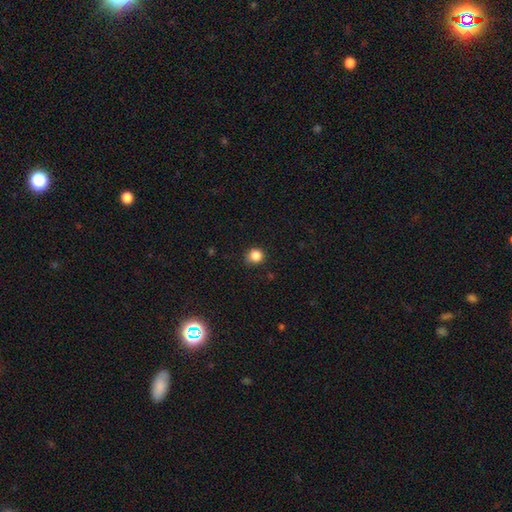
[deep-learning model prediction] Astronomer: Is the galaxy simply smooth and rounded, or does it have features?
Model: smooth — 85%.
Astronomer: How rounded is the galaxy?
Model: round — 90%.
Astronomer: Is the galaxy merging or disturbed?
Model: none — 81%.